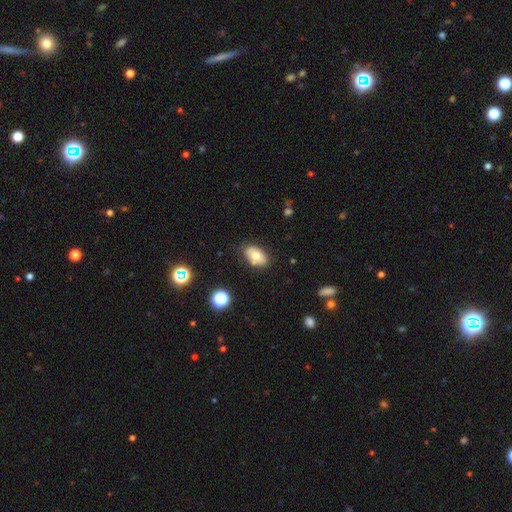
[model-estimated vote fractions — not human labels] Overall: smooth (68%). How rounded: in between (88%). Merging: none (76%).